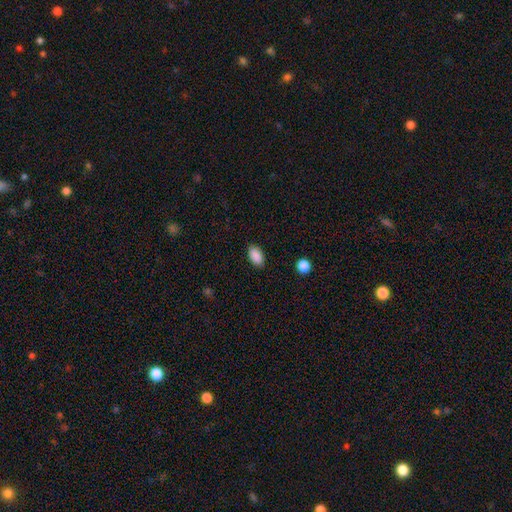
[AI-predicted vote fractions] Smooth or featured? smooth (89%)
How rounded? in between (93%)
Merging? none (87%)